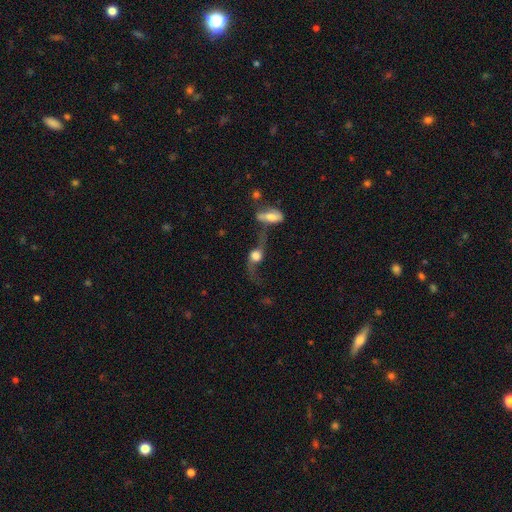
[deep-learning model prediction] Smooth or featured? featured or disk (67%)
Edge-on disk? no (76%)
Bar? no (66%)
Spiral arms? yes (83%)
Bulge size? large (44%)
Merging? merger (42%)